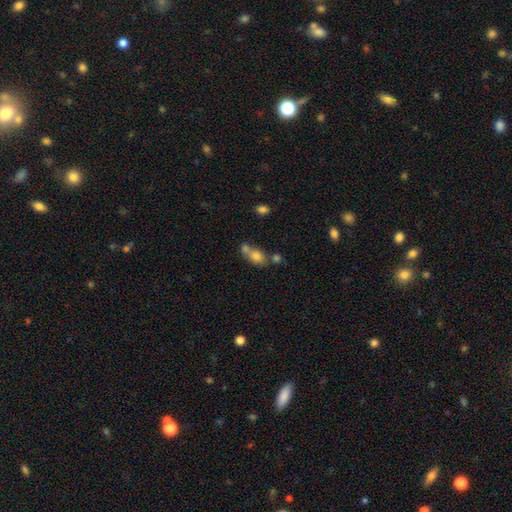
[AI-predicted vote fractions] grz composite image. It shows a smooth galaxy with no disk features (75%) that is in between round and cigar-shaped (66%). Merging: merger (50%).